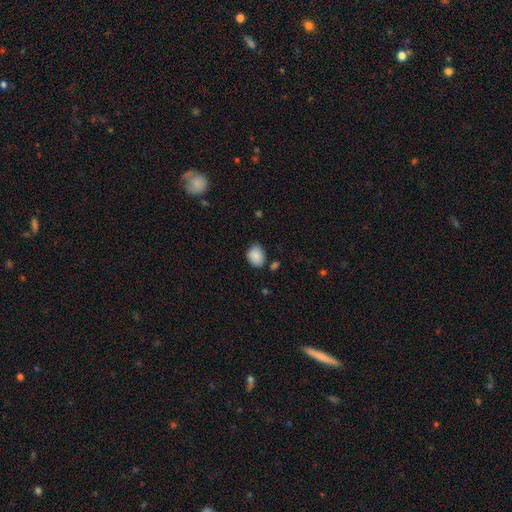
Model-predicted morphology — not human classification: Smooth or featured?
  - smooth: 88% *
  - star or artifact: 7%
  - featured or disk: 4%
How rounded?
  - in between: 58% *
  - round: 41%
  - cigar-shaped: 1%
Merging?
  - none: 74% *
  - minor disturbance: 18%
  - merger: 4%
  - major disturbance: 3%